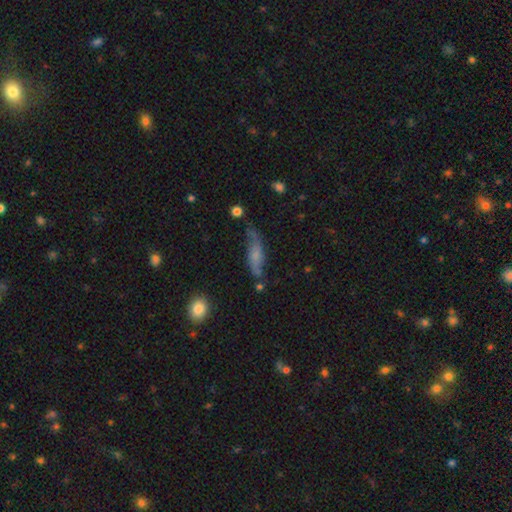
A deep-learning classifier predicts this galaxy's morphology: Overall: featured or disk (46%; smooth 45%). Merging: none (52%; minor disturbance 29%).